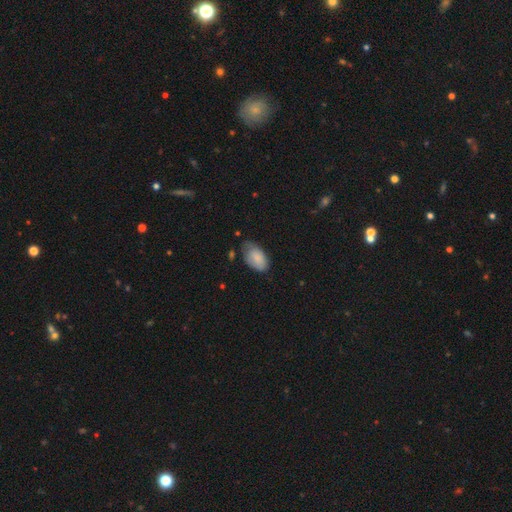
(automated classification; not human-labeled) Smooth or featured: smooth — 84% (featured or disk — 10%)
How rounded: in between — 94% (round — 5%)
Merging: none — 52% (minor disturbance — 37%)